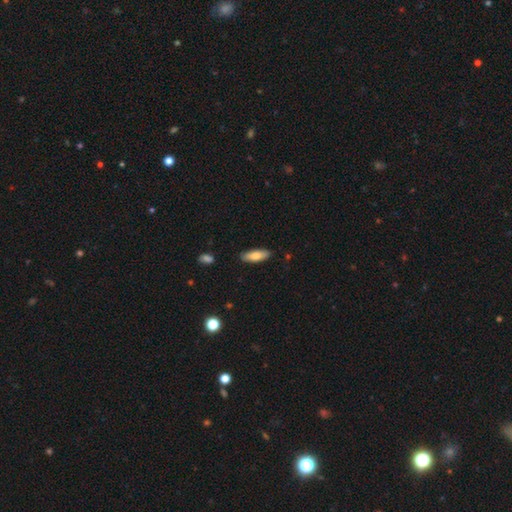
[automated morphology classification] A smooth galaxy with no disk features (77%) that is in between round and cigar-shaped (61%). Merging: none (86%).